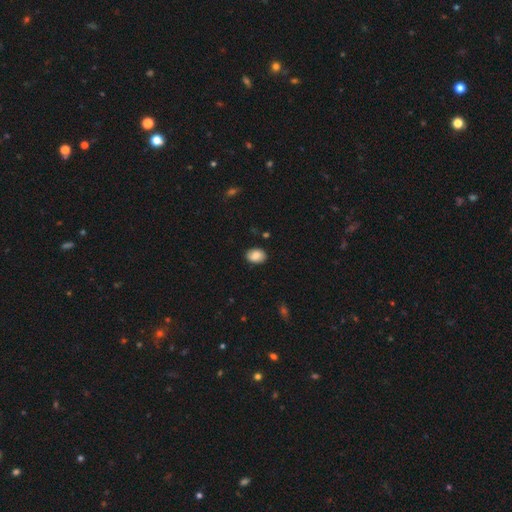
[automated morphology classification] Smooth or featured? Predicted: smooth (p=0.85). How rounded? Predicted: in between (p=0.76). Merging? Predicted: none (p=0.86).